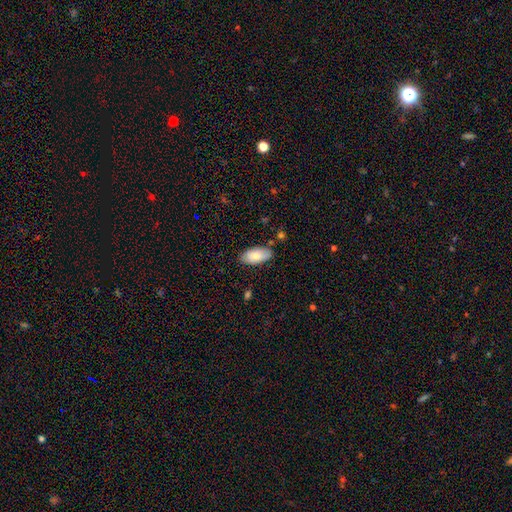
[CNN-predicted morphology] A smooth galaxy with no disk features (82%) that is in between round and cigar-shaped (93%).

Vote fractions:
- Smooth or featured? smooth: 82% / featured or disk: 11% / star or artifact: 6%
- How rounded? in between: 93% / cigar-shaped: 5% / round: 2%
- Merging? none: 82% / minor disturbance: 14% / major disturbance: 3% / merger: 2%